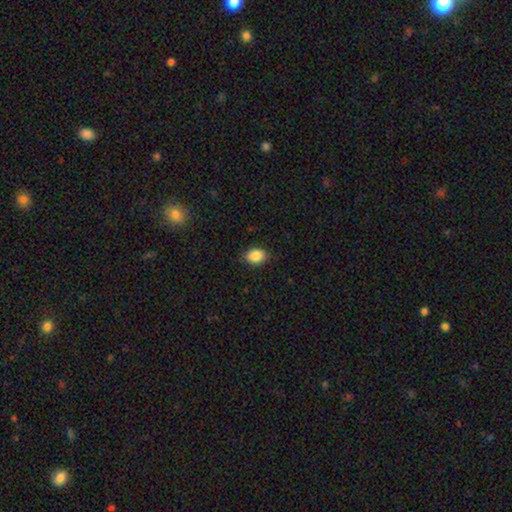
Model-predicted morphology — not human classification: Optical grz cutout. It shows a smooth galaxy with no disk features (88%) that is in between round and cigar-shaped (75%). Merging: none (86%).